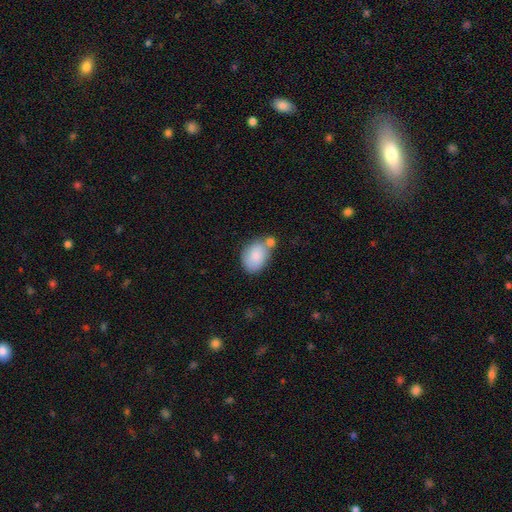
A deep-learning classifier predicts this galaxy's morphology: Smooth or featured?
  - smooth: 82% *
  - featured or disk: 11%
  - star or artifact: 7%
How rounded?
  - in between: 78% *
  - round: 21%
  - cigar-shaped: 1%
Merging?
  - none: 47% *
  - merger: 29%
  - minor disturbance: 19%
  - major disturbance: 5%